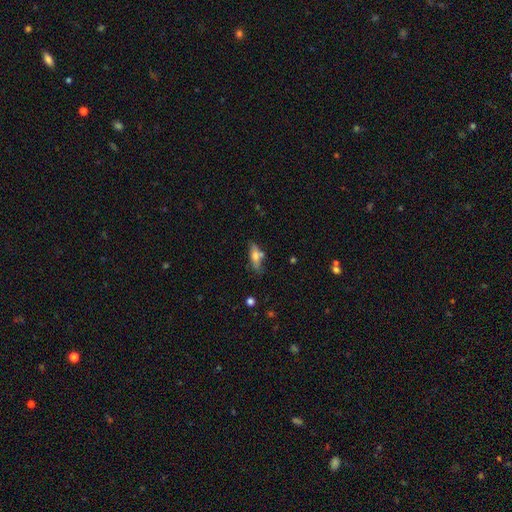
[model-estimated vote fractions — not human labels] A smooth galaxy with no disk features (57%) that is in between round and cigar-shaped (51%). Merging: none (59%).